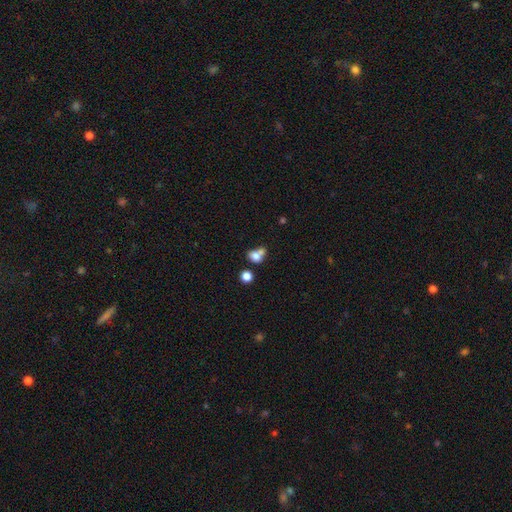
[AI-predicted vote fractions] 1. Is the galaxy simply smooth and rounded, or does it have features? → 77% smooth, 12% featured or disk, 12% star or artifact.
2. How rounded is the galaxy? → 57% round, 41% in between, 2% cigar-shaped.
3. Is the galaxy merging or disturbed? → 49% merger, 33% none, 11% minor disturbance, 7% major disturbance.